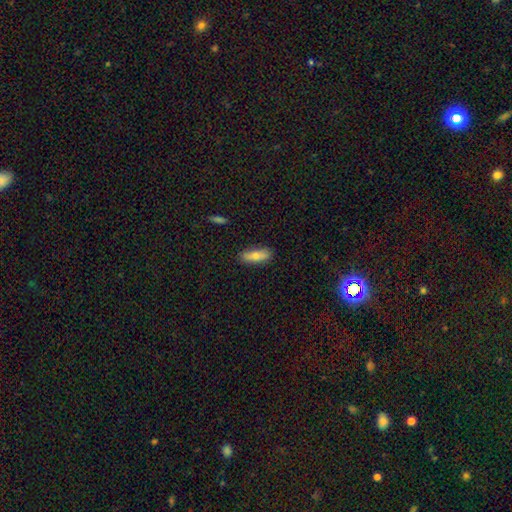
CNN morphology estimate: smooth_or_featured: smooth (p=0.73) [alt: featured or disk p=0.21]
how_rounded: in between (p=0.59) [alt: cigar-shaped p=0.38]
merging: none (p=0.85) [alt: minor disturbance p=0.11]